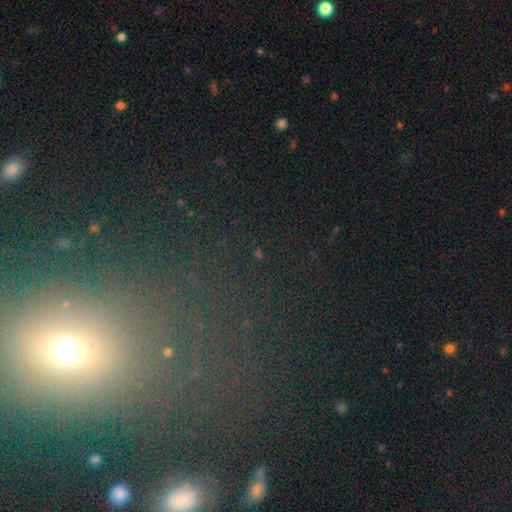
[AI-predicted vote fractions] A star or artifact, not a galaxy (67%).

Vote fractions:
- Smooth or featured? star or artifact: 67% / smooth: 18% / featured or disk: 14%